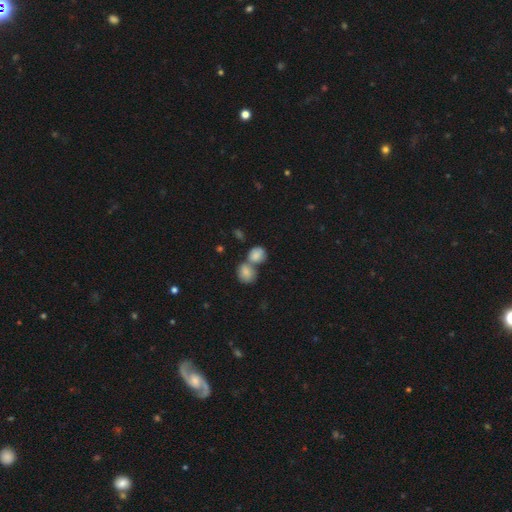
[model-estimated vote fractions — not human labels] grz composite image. It shows a smooth galaxy with no disk features (81%) that is round (66%). Merging: merger (61%).